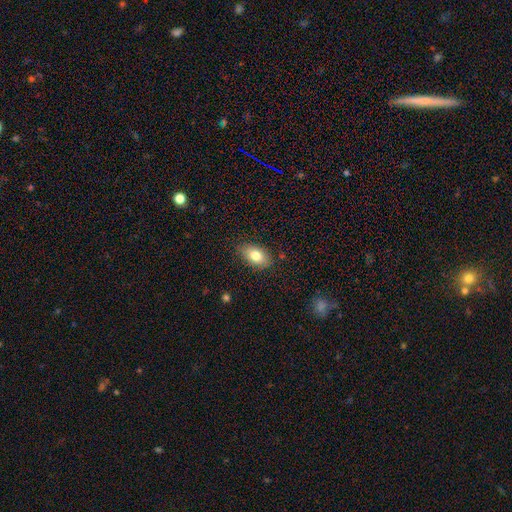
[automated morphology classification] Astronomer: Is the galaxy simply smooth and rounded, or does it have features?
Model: smooth — 79%.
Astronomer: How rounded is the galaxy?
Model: in between — 89%.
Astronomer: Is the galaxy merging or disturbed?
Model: none — 83%.